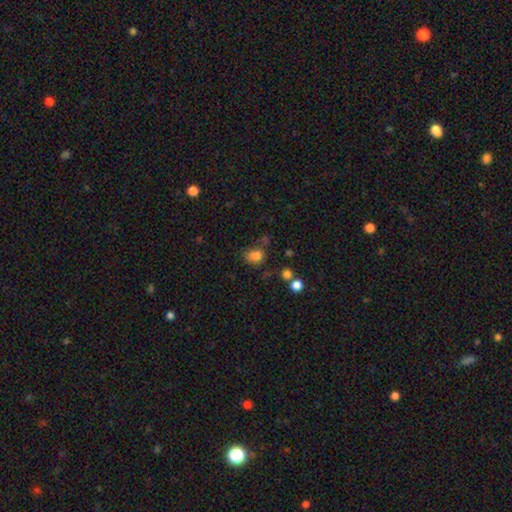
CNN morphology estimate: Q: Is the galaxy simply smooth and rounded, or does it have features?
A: smooth — 78%.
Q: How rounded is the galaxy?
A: in between — 58%.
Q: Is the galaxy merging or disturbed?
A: none — 52%.